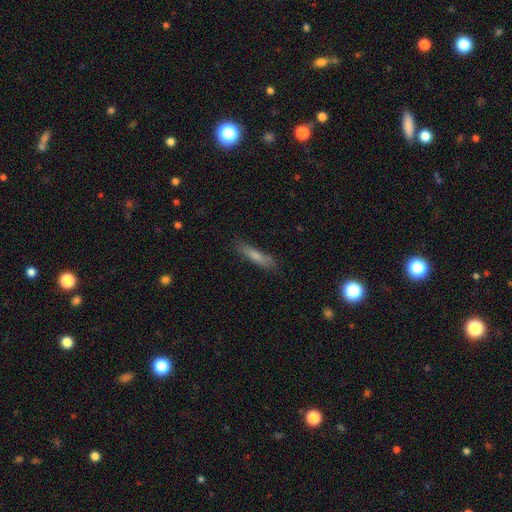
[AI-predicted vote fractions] smooth_or_featured: smooth (p=0.70) [alt: featured or disk p=0.23]
how_rounded: cigar-shaped (p=0.86) [alt: in between p=0.12]
merging: none (p=0.81) [alt: minor disturbance p=0.15]